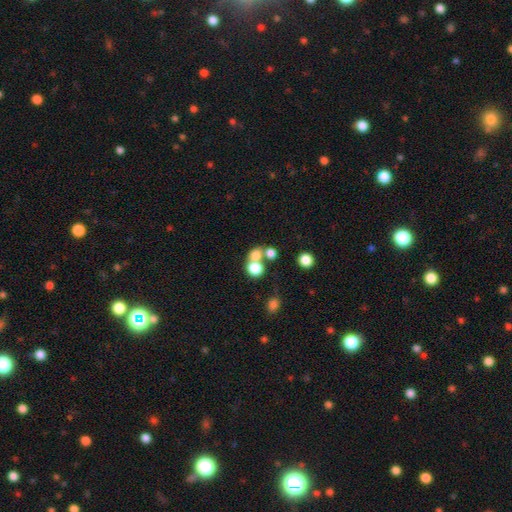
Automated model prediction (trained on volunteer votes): Overall: smooth (73%). How rounded: round (73%). Merging: merger (48%; none 40%).